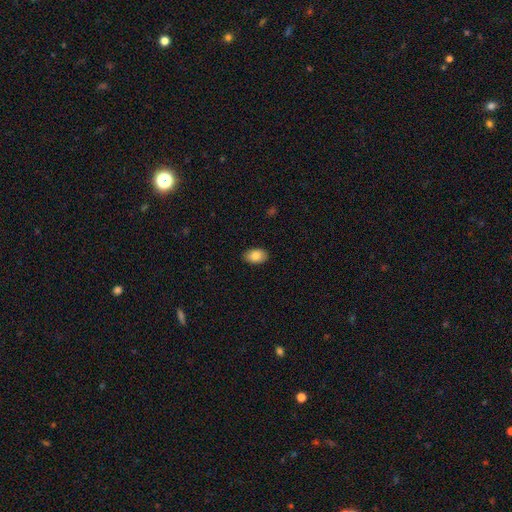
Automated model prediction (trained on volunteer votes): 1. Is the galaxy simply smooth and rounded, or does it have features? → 85% smooth, 8% featured or disk, 7% star or artifact.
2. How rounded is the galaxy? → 90% in between, 9% round, 1% cigar-shaped.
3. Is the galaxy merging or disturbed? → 89% none, 8% minor disturbance, 2% major disturbance, 1% merger.